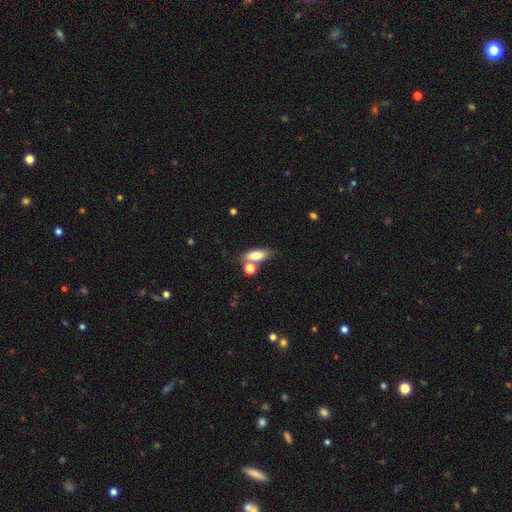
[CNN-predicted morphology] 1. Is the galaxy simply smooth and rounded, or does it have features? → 79% smooth, 12% featured or disk, 9% star or artifact.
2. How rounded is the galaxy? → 73% in between, 21% cigar-shaped, 6% round.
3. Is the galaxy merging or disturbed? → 56% none, 24% merger, 15% minor disturbance, 6% major disturbance.